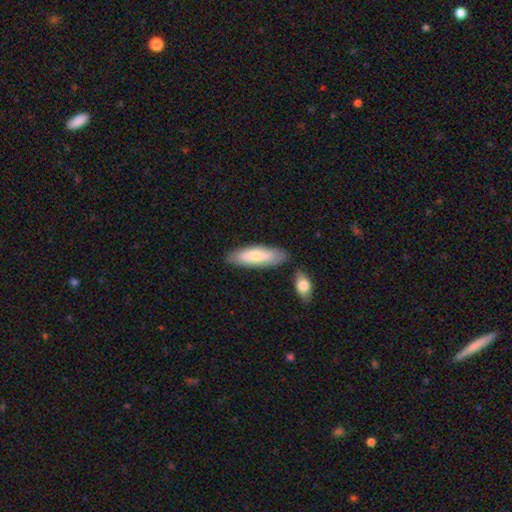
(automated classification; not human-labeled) Morphology: type=smooth (69%); roundness=in between (51%); merging=none (77%).